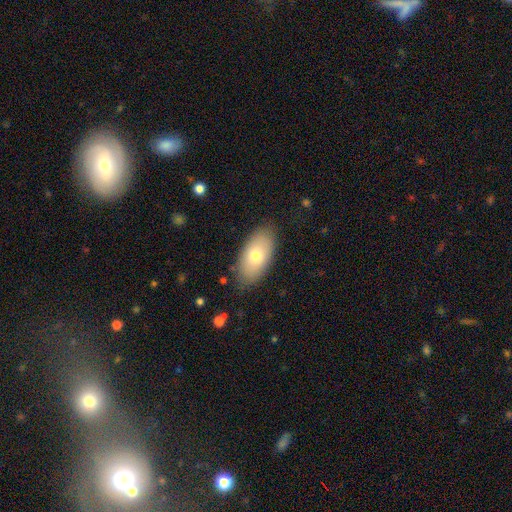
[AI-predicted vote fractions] Smooth or featured? Predicted: smooth (p=0.73). How rounded? Predicted: in between (p=0.93). Merging? Predicted: none (p=0.83).